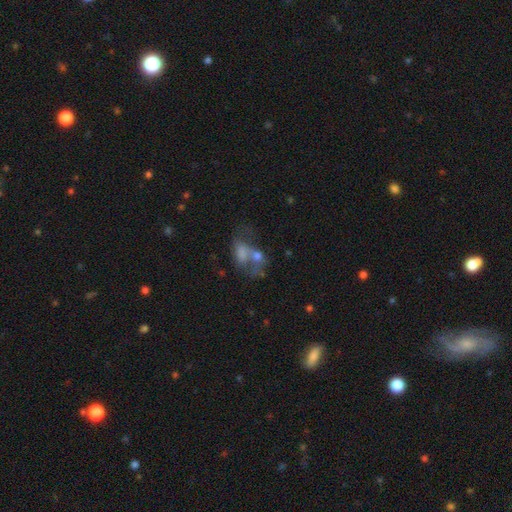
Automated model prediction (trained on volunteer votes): Smooth or featured? smooth (44%)
Merging? merger (52%)